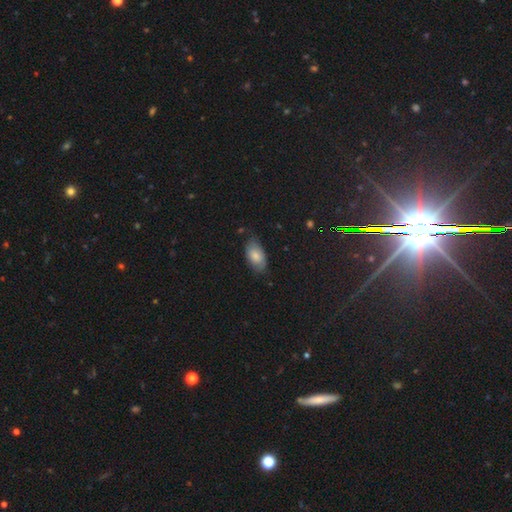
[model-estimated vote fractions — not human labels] Smooth or featured? smooth (77%)
How rounded? in between (93%)
Merging? none (66%)